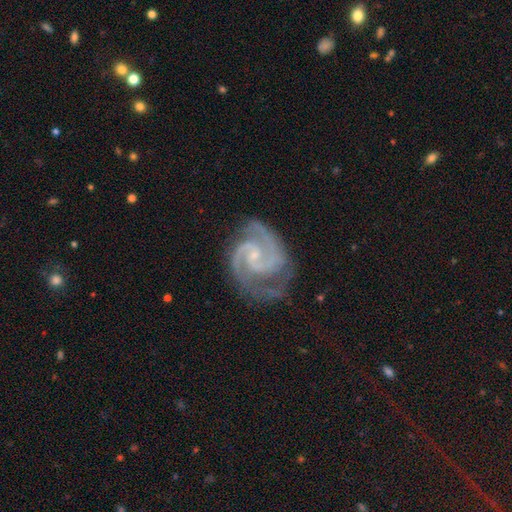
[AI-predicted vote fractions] This appears to be a featured or disk galaxy (94%) with no bar (49%), 2 (84%) medium (54%) spiral arms (99%) and a small central bulge (75%). Merging: none (67%).